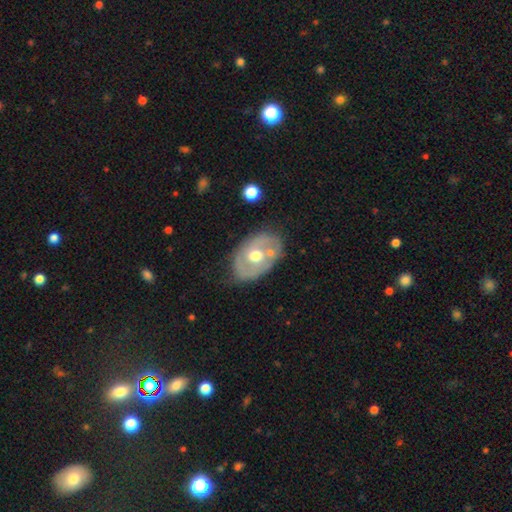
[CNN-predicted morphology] Smooth or featured?
  - featured or disk: 57% *
  - smooth: 37%
  - star or artifact: 6%
Edge-on disk?
  - no: 93% *
  - yes: 7%
Bar?
  - no: 81% *
  - weak: 15%
  - strong: 4%
Spiral arms?
  - no: 77% *
  - yes: 23%
Bulge size?
  - moderate: 78% *
  - large: 11%
  - small: 9%
  - dominant: 1%
  - none: 1%
Merging?
  - none: 61% *
  - minor disturbance: 23%
  - merger: 9%
  - major disturbance: 8%